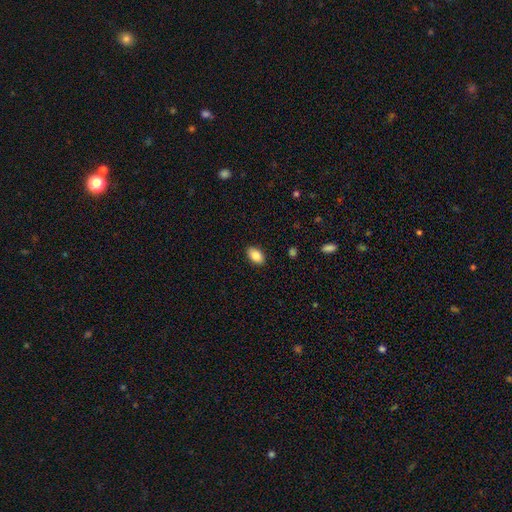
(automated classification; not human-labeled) Smooth or featured? smooth (84%)
How rounded? in between (89%)
Merging? none (89%)